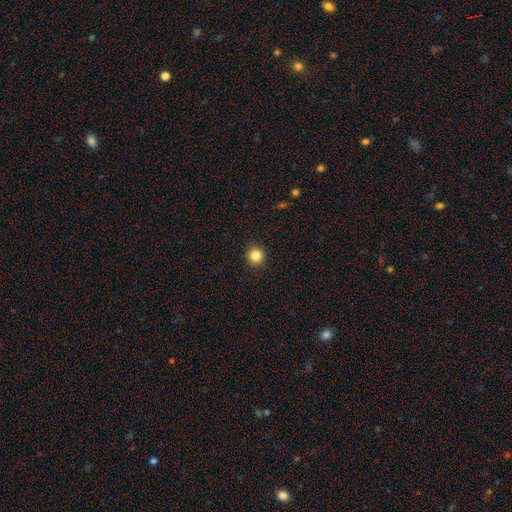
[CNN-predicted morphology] Smooth or featured? smooth (83%)
How rounded? round (94%)
Merging? none (92%)